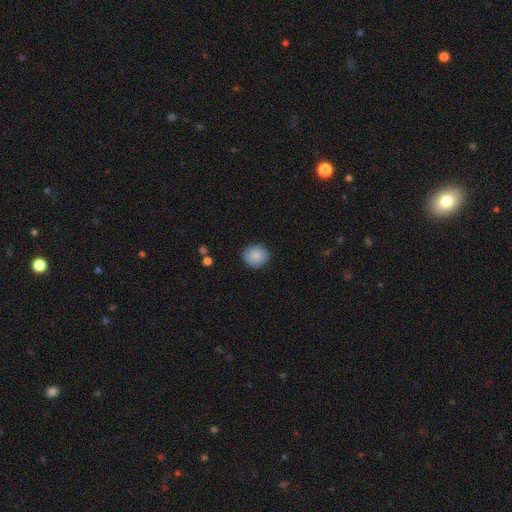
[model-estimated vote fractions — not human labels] Smooth or featured? smooth (87%)
How rounded? round (85%)
Merging? none (88%)